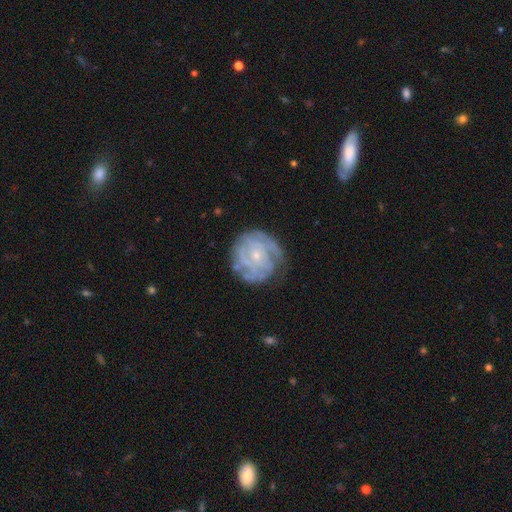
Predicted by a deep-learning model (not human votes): smooth-or-featured: featured or disk: 80% | smooth: 14% | star or artifact: 6%
  disk-edge-on: no: 98% | yes: 2%
    bar: no: 74% | weak: 22% | strong: 4%
    has-spiral-arms: yes: 90% | no: 10%
      spiral-winding: tight: 72% | medium: 22% | loose: 6%
      spiral-arm-count: can't tell: 41% | 3: 18% | 4: 15% | 2: 14% | more than 4: 6% | 1: 6%
    bulge-size: small: 76% | moderate: 18% | none: 3% | large: 1% | dominant: 1%
  merging: none: 72% | minor disturbance: 19% | major disturbance: 8% | merger: 2%